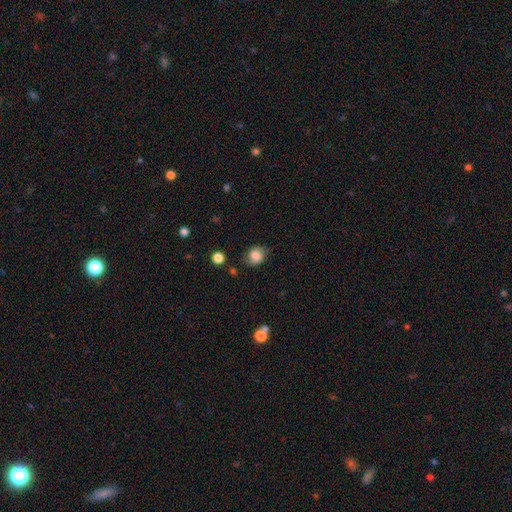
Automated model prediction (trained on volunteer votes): Smooth or featured?
  - smooth: 82% *
  - star or artifact: 9%
  - featured or disk: 9%
How rounded?
  - round: 60% *
  - in between: 39%
  - cigar-shaped: 1%
Merging?
  - none: 71% *
  - minor disturbance: 21%
  - major disturbance: 5%
  - merger: 2%